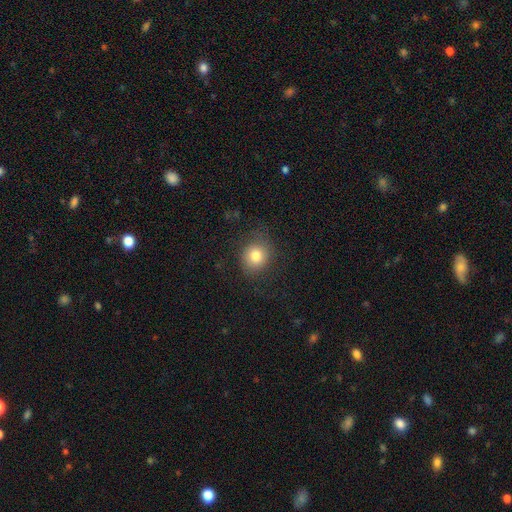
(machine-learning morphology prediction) Smooth or featured: smooth — 78% (featured or disk — 11%)
How rounded: round — 76% (in between — 23%)
Merging: none — 77% (minor disturbance — 15%)